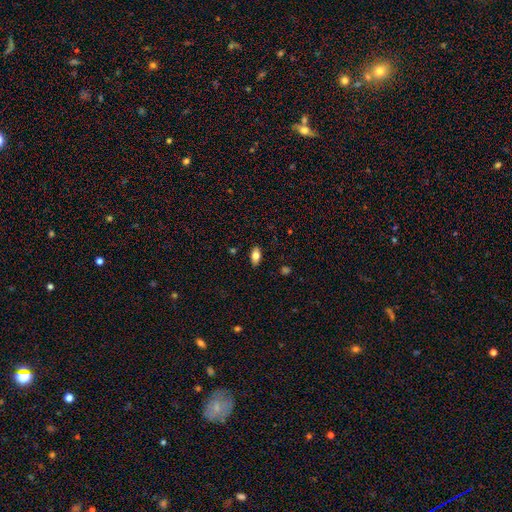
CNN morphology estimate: A smooth galaxy with no disk features (78%) that is in between round and cigar-shaped (90%).

Vote fractions:
- Smooth or featured? smooth: 78% / featured or disk: 14% / star or artifact: 8%
- How rounded? in between: 90% / cigar-shaped: 5% / round: 5%
- Merging? none: 87% / minor disturbance: 10% / major disturbance: 2% / merger: 1%